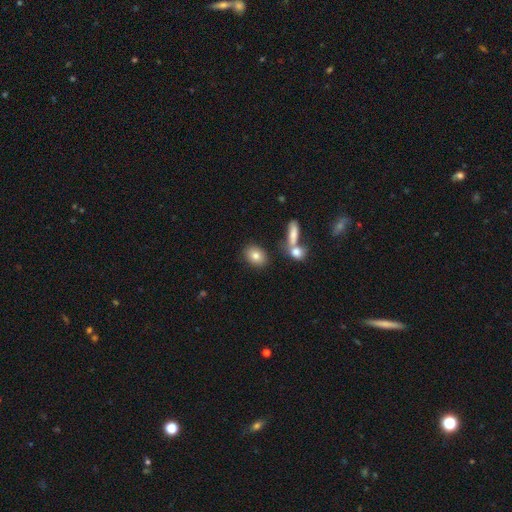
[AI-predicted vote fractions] A smooth galaxy with no disk features (79%) that is in between round and cigar-shaped (66%).

Vote fractions:
- Smooth or featured? smooth: 79% / featured or disk: 12% / star or artifact: 9%
- How rounded? in between: 66% / round: 32% / cigar-shaped: 2%
- Merging? none: 75% / merger: 11% / minor disturbance: 10% / major disturbance: 3%